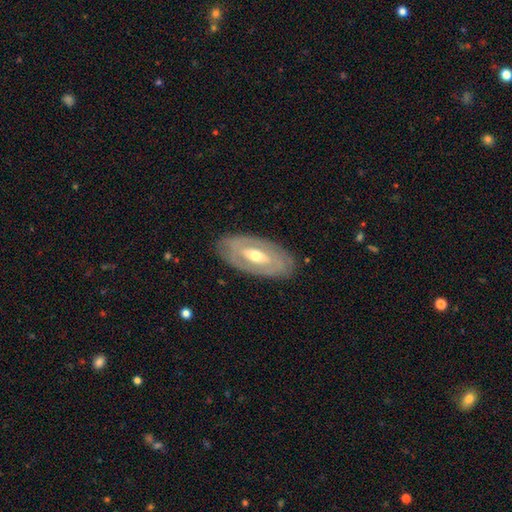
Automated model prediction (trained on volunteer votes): Smooth or featured? Predicted: featured or disk (p=0.72). Edge-on disk? Predicted: no (p=0.87). Bar? Predicted: no (p=0.49). Spiral arms? Predicted: no (p=0.59). Bulge size? Predicted: moderate (p=0.64). Merging? Predicted: none (p=0.84).